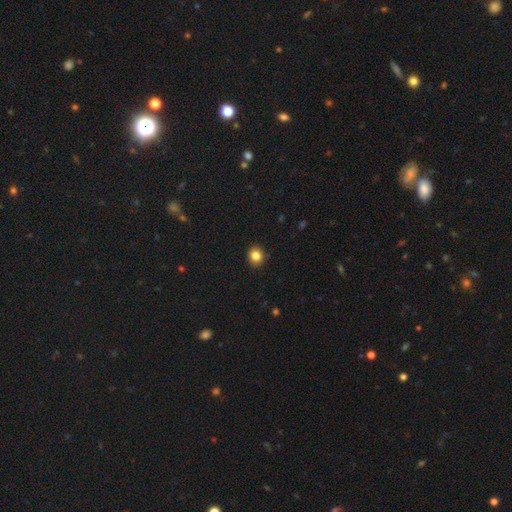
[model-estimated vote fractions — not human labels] This is clearly a smooth galaxy (83%). How rounded: clearly round (82%). Merging: clearly none (90%).